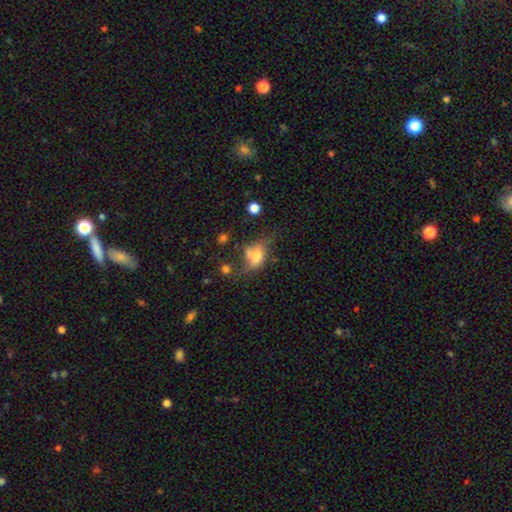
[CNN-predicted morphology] smooth_or_featured: smooth (p=0.57) [alt: featured or disk p=0.32]
how_rounded: in between (p=0.77) [alt: round p=0.18]
merging: none (p=0.36) [alt: minor disturbance p=0.26]